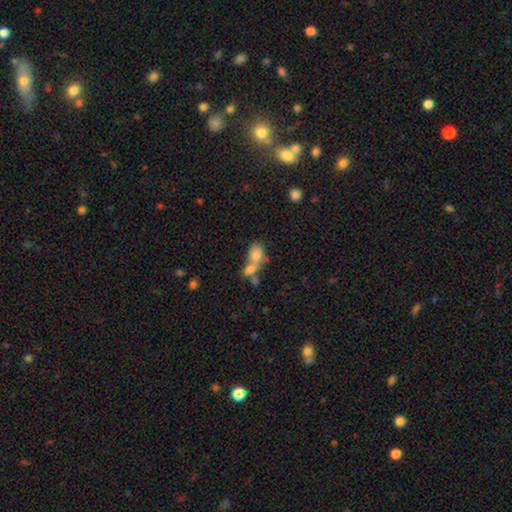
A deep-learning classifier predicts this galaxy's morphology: Q: Smooth or featured?
A: smooth (72%); runner-up: featured or disk (17%)
Q: How rounded?
A: in between (75%); runner-up: round (21%)
Q: Merging?
A: merger (63%); runner-up: none (22%)